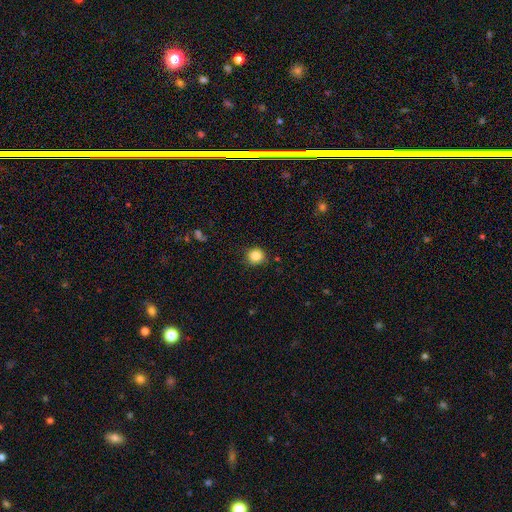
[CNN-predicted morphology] This is clearly a smooth galaxy (84%). How rounded: clearly round (92%). Merging: clearly none (88%).